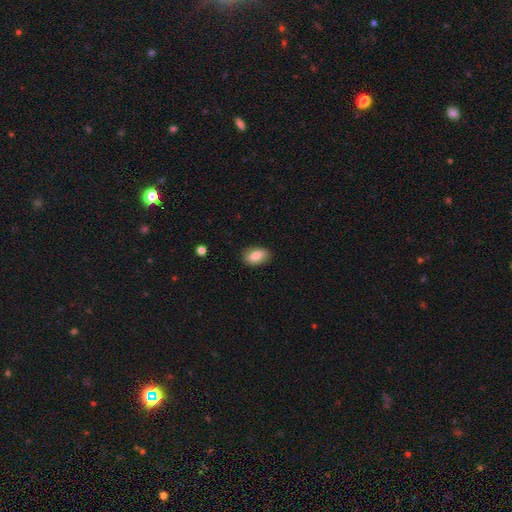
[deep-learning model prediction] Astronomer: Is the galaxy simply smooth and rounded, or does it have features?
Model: smooth — 80%.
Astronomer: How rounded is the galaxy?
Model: in between — 88%.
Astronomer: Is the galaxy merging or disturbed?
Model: none — 84%.